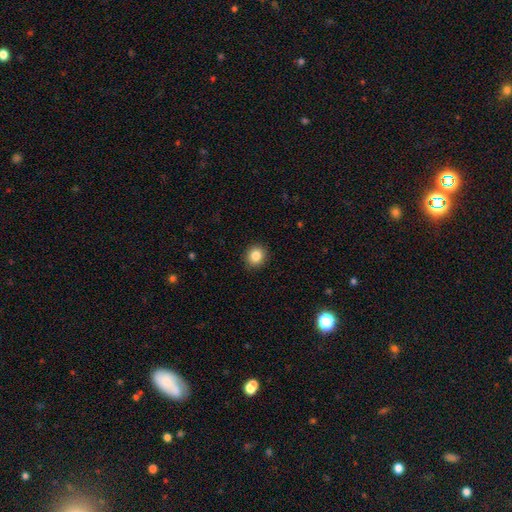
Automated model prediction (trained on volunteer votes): Smooth or featured?
  - smooth: 85% *
  - star or artifact: 10%
  - featured or disk: 5%
How rounded?
  - round: 79% *
  - in between: 21%
  - cigar-shaped: 1%
Merging?
  - none: 91% *
  - minor disturbance: 6%
  - major disturbance: 2%
  - merger: 1%